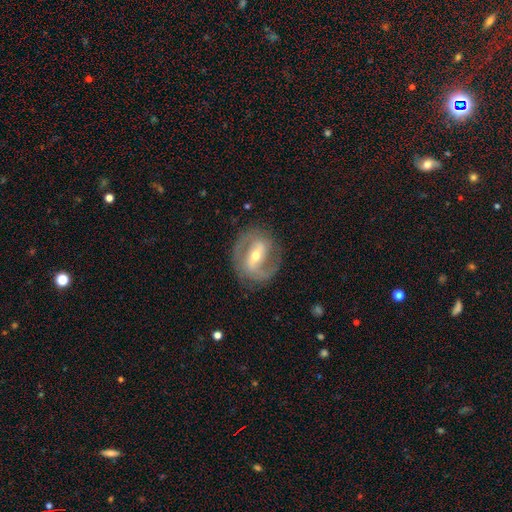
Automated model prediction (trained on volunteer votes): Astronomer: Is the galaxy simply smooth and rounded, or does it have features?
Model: featured or disk — 86%.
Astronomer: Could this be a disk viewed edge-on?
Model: no — 96%.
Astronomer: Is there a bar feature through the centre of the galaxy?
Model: strong — 52% (runner-up: weak, 34%).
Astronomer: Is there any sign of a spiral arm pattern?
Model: yes — 91%.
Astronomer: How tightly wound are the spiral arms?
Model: medium — 49% (runner-up: tight, 32%).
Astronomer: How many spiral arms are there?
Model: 2 — 85%.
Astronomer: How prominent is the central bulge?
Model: moderate — 56% (runner-up: small, 40%).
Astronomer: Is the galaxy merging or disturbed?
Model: none — 79%.